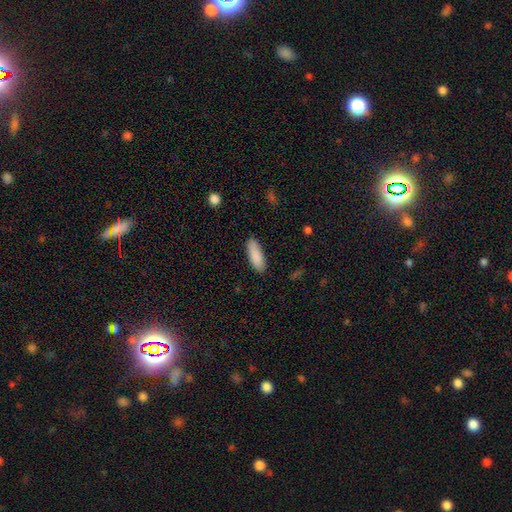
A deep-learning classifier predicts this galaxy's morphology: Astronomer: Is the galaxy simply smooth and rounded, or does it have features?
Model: smooth — 88%.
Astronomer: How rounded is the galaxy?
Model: in between — 65%.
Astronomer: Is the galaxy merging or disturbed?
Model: none — 86%.